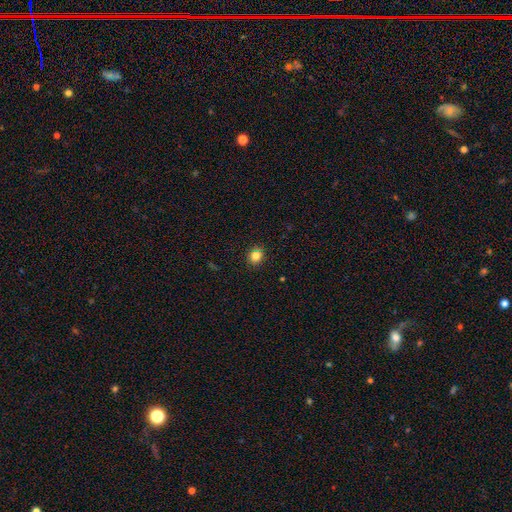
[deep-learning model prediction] smooth_or_featured: smooth (p=0.80) [alt: star or artifact p=0.14]
how_rounded: round (p=0.79) [alt: in between p=0.20]
merging: none (p=0.89) [alt: minor disturbance p=0.08]